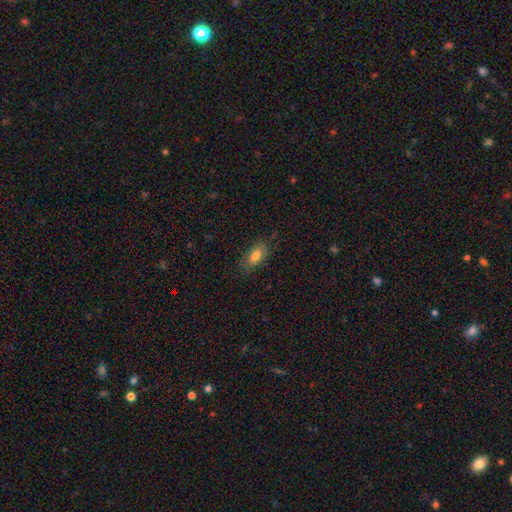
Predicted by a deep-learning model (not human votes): A smooth galaxy with no disk features (79%) that is in between round and cigar-shaped (88%).

Vote fractions:
- Smooth or featured? smooth: 79% / featured or disk: 13% / star or artifact: 8%
- How rounded? in between: 88% / cigar-shaped: 8% / round: 4%
- Merging? none: 78% / minor disturbance: 17% / major disturbance: 4% / merger: 1%